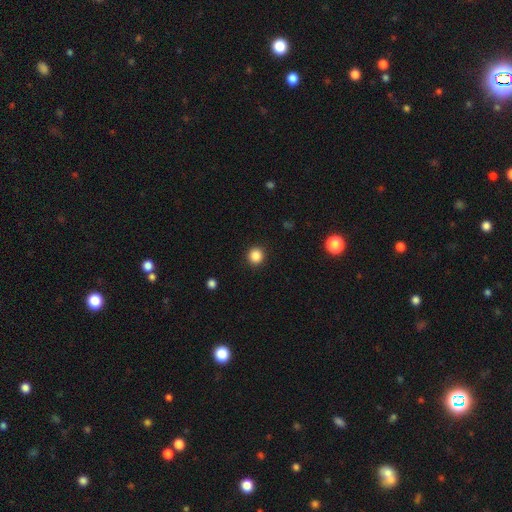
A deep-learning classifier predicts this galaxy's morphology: This is clearly a smooth galaxy (86%). How rounded: clearly round (93%). Merging: clearly none (92%).